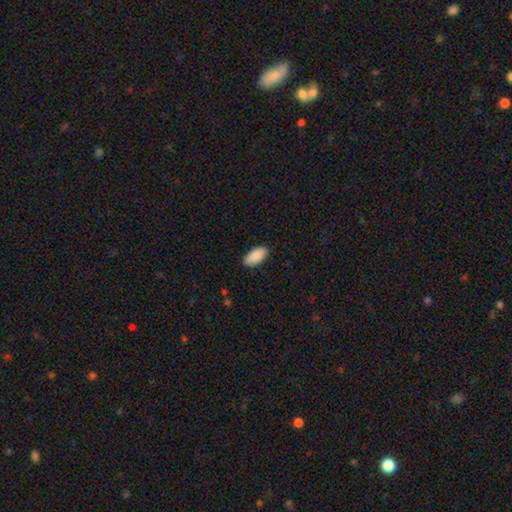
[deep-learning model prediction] Smooth or featured: smooth — 90% (star or artifact — 6%)
How rounded: in between — 94% (cigar-shaped — 4%)
Merging: none — 85% (minor disturbance — 12%)